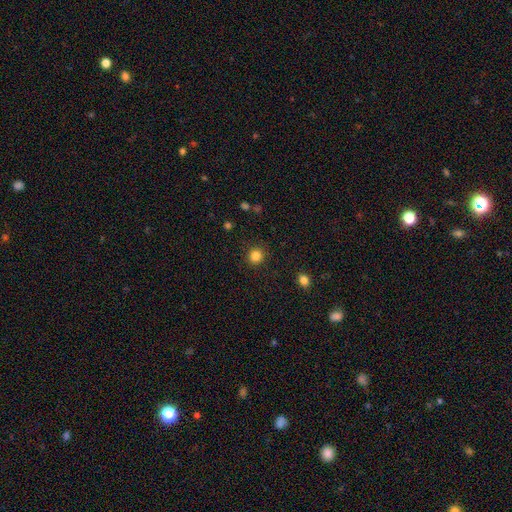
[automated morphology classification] This appears to be a smooth galaxy with no disk features (84%) that is round (89%). Merging: none (89%).